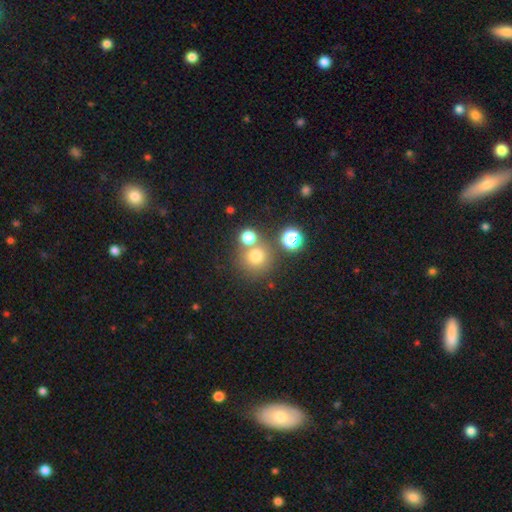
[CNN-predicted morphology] This is likely a smooth galaxy (71%). How rounded: clearly round (91%). Merging: likely none (63%).